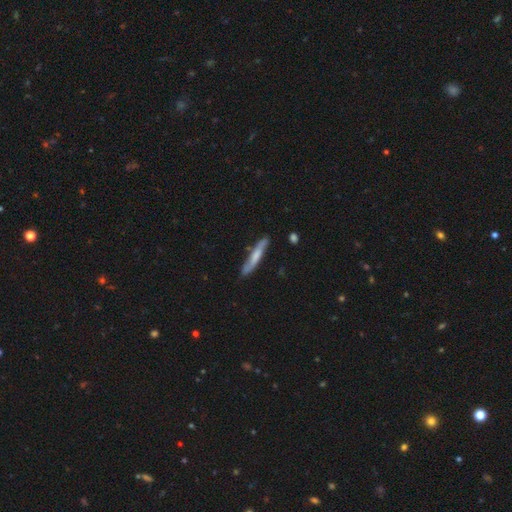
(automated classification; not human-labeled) Smooth or featured? Predicted: smooth (p=0.53). How rounded? Predicted: cigar-shaped (p=0.92). Merging? Predicted: none (p=0.78).